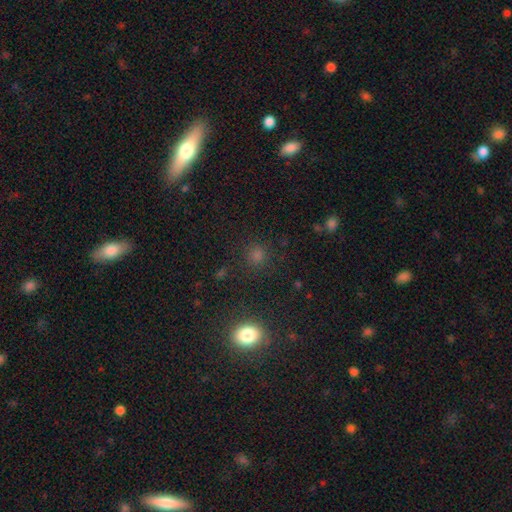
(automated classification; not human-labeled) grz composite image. It shows a smooth galaxy with no disk features (69%) that is round (86%). Merging: none (88%).